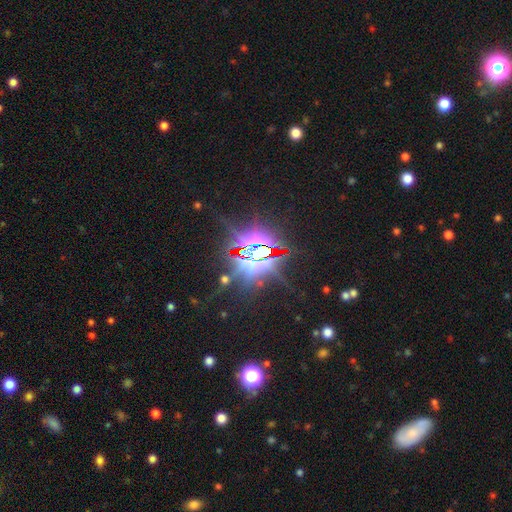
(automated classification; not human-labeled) smooth_or_featured: star or artifact (p=0.83) [alt: featured or disk p=0.10]